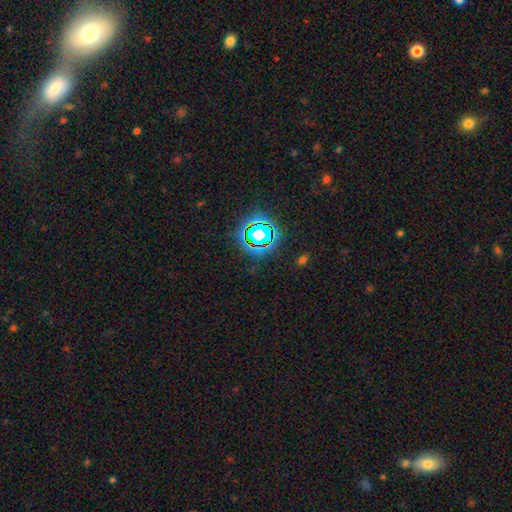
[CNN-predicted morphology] type=star or artifact (77%).